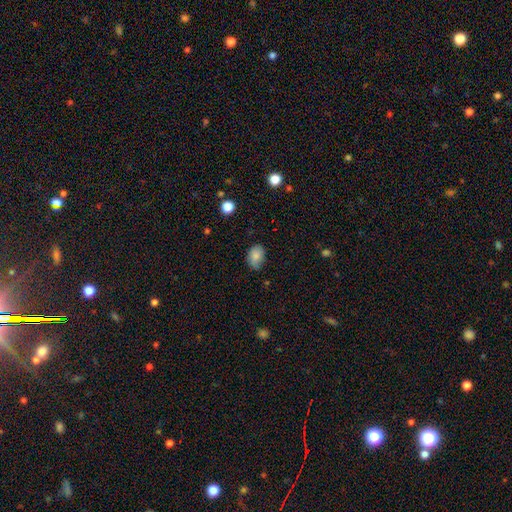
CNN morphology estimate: A smooth galaxy with no disk features (82%) that is in between round and cigar-shaped (81%).

Vote fractions:
- Smooth or featured? smooth: 82% / featured or disk: 9% / star or artifact: 9%
- How rounded? in between: 81% / round: 18% / cigar-shaped: 1%
- Merging? none: 68% / minor disturbance: 26% / major disturbance: 4% / merger: 2%